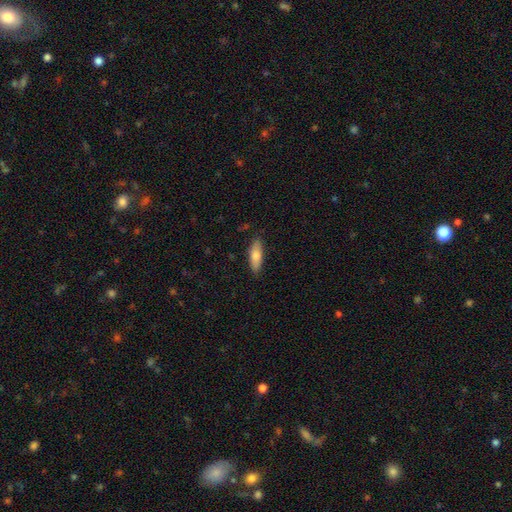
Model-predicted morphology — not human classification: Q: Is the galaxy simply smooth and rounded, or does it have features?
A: smooth — 74%.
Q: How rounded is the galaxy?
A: in between — 57%.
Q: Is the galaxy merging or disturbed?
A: none — 85%.